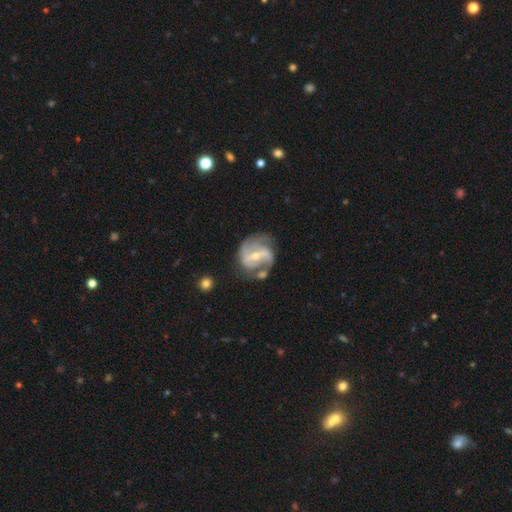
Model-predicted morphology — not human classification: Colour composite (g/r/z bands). It shows a featured or disk galaxy (84%) with a strong bar (42%), 2 (73%) medium (49%) spiral arms (92%) and a moderate central bulge (50%). Merging: none (54%).